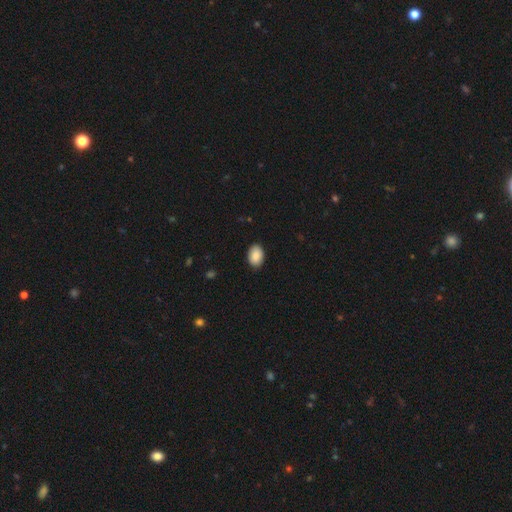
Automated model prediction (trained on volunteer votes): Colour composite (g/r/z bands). It shows a smooth galaxy with no disk features (89%) that is in between round and cigar-shaped (82%). Merging: none (88%).